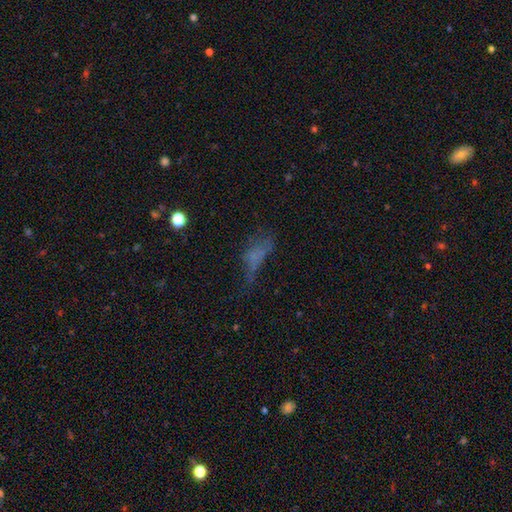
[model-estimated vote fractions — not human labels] This is possibly a smooth galaxy (45%). Merging: marginally major disturbance (39%).